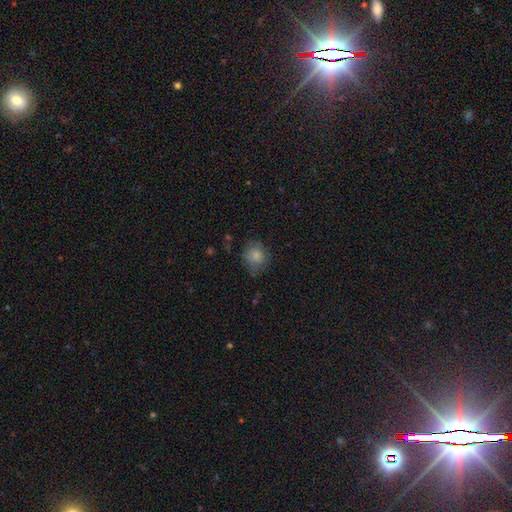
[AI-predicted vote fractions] Morphology: type=smooth (80%); roundness=round (80%); merging=none (68%).